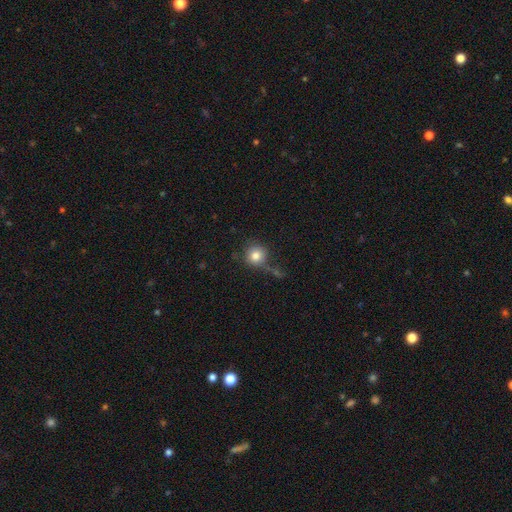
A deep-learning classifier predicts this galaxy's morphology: Smooth or featured?
  - smooth: 81% *
  - star or artifact: 11%
  - featured or disk: 9%
How rounded?
  - round: 93% *
  - in between: 6%
  - cigar-shaped: 1%
Merging?
  - none: 65% *
  - minor disturbance: 16%
  - merger: 10%
  - major disturbance: 9%